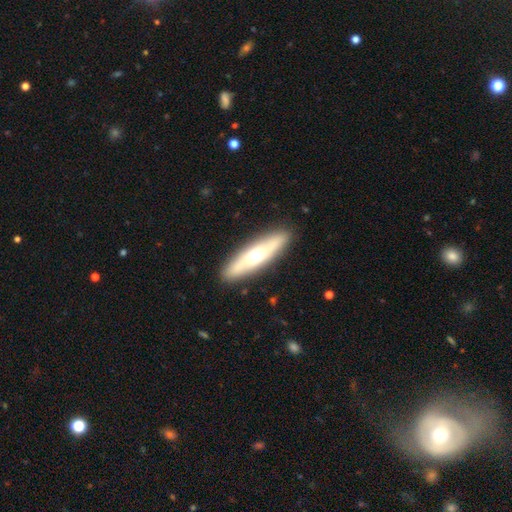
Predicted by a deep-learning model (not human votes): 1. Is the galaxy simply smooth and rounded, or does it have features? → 48% smooth, 47% featured or disk, 5% star or artifact.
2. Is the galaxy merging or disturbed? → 90% none, 7% minor disturbance, 2% major disturbance, 1% merger.